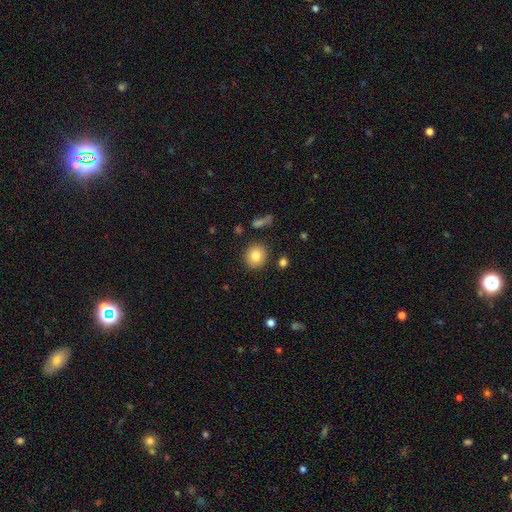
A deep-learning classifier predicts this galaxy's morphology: smooth-or-featured: smooth: 84% | star or artifact: 9% | featured or disk: 7%
  how-rounded: round: 82% | in between: 17% | cigar-shaped: 1%
  merging: none: 87% | minor disturbance: 7% | merger: 3% | major disturbance: 3%